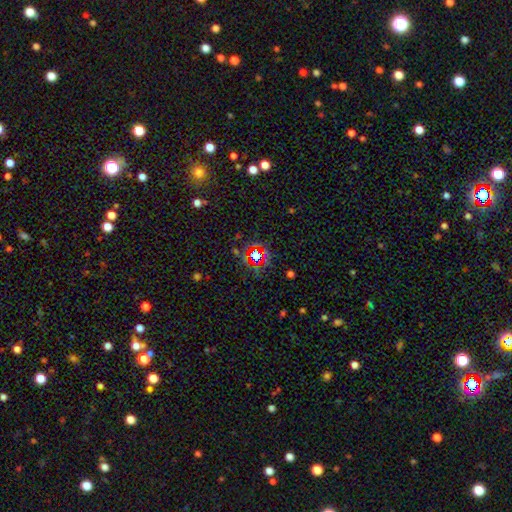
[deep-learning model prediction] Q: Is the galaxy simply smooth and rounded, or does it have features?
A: star or artifact — 67%.